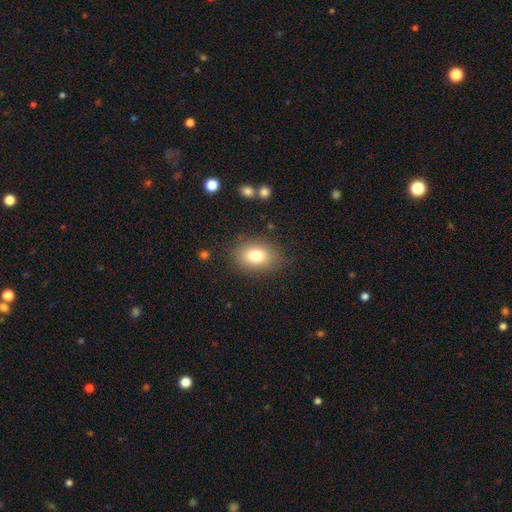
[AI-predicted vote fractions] Morphology: type=smooth (79%); roundness=in between (72%); merging=none (83%).